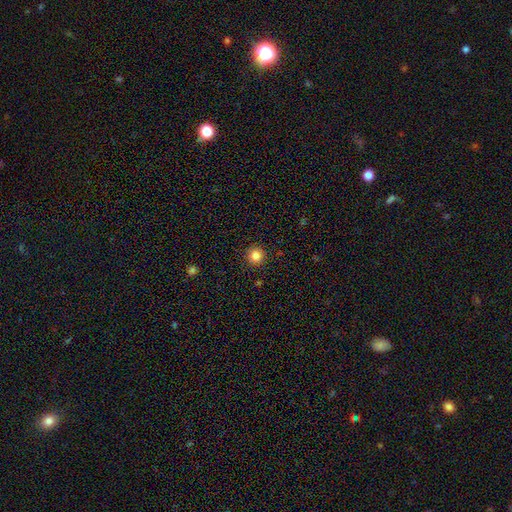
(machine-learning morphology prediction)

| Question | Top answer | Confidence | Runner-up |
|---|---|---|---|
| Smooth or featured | smooth | 84% | star or artifact (11%) |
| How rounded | round | 95% | in between (4%) |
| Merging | none | 92% | minor disturbance (5%) |